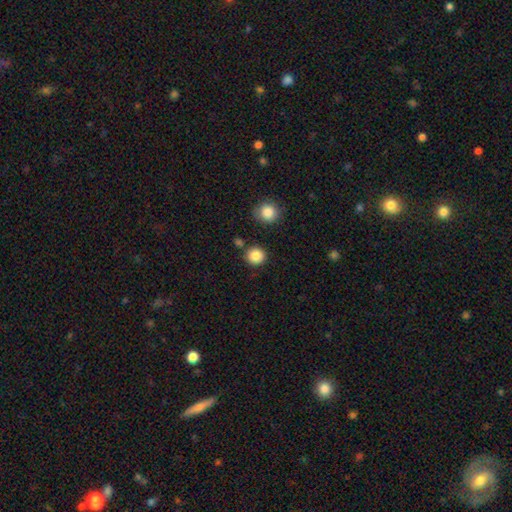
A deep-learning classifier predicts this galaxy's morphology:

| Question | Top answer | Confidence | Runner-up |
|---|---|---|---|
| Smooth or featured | smooth | 86% | star or artifact (10%) |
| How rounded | round | 92% | in between (7%) |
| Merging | none | 85% | minor disturbance (7%) |